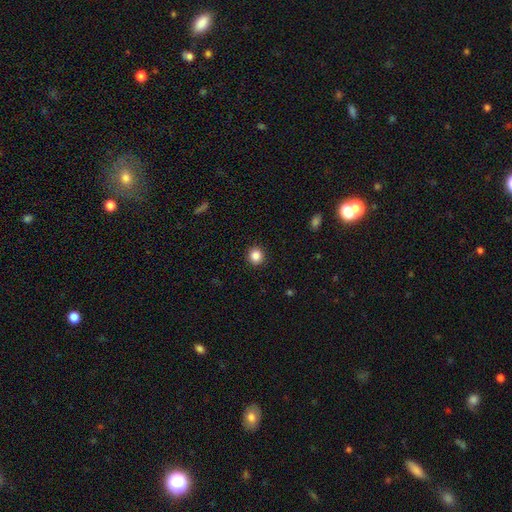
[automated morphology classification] smooth 86%, star or artifact 10%, featured or disk 4%. Down the decision tree: how rounded — round (90%); merging — none (93%).